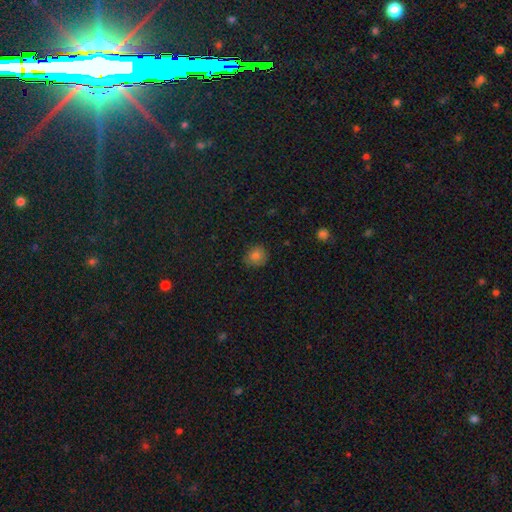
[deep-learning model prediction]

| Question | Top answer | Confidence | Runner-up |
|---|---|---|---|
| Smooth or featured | smooth | 80% | star or artifact (12%) |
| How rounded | round | 79% | in between (20%) |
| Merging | none | 78% | minor disturbance (18%) |